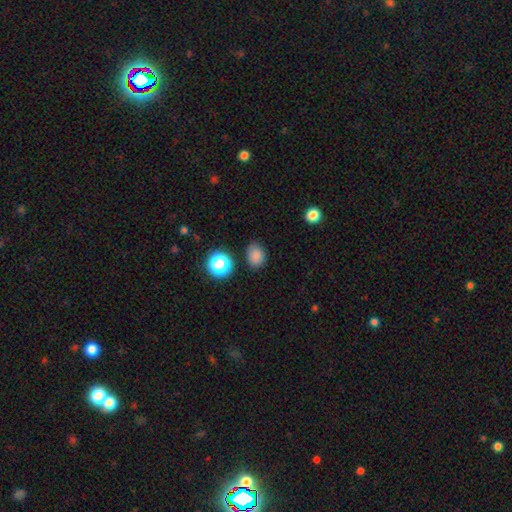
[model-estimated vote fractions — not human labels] Overall: smooth (82%). How rounded: in between (61%; round 38%). Merging: none (81%).